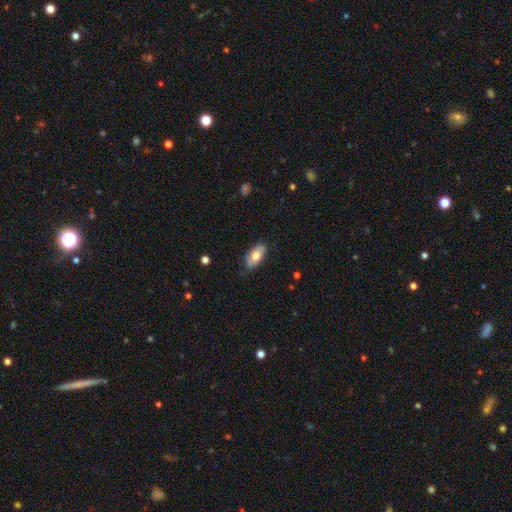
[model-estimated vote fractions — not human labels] Smooth or featured? Predicted: smooth (p=0.70). How rounded? Predicted: in between (p=0.92). Merging? Predicted: none (p=0.81).